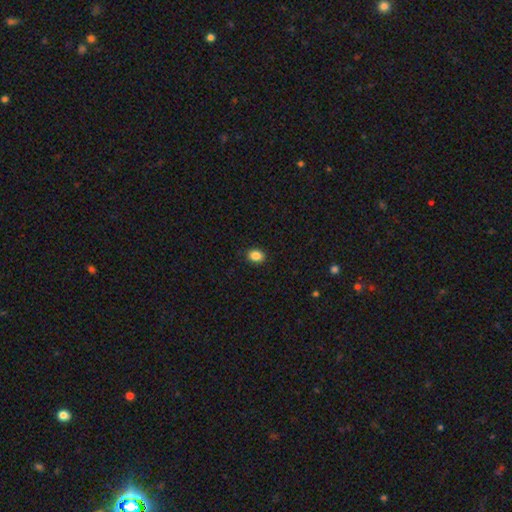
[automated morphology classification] Smooth or featured? Predicted: smooth (p=0.87). How rounded? Predicted: in between (p=0.57). Merging? Predicted: none (p=0.91).